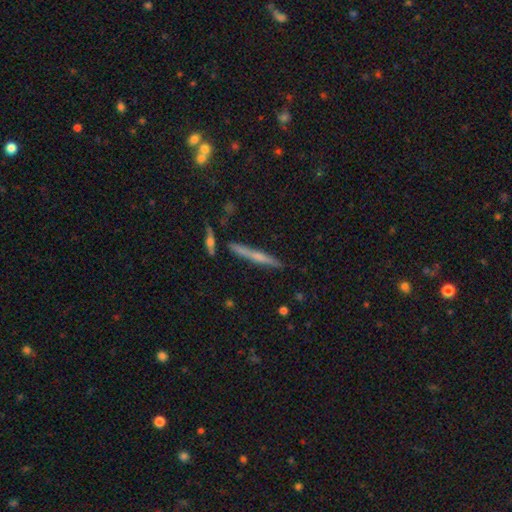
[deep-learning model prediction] featured or disk 55%, smooth 37%, star or artifact 8%. Down the decision tree: edge-on disk — yes (96%); edge-on bulge — rounded (49%); merging — none (84%).